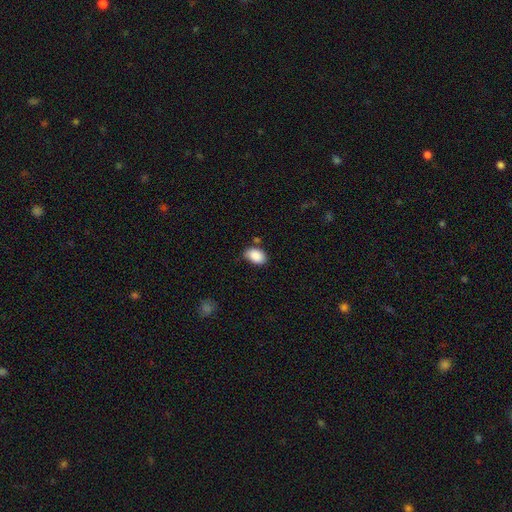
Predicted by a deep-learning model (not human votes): smooth 88%, star or artifact 7%, featured or disk 4%. Down the decision tree: how rounded — in between (87%); merging — none (68%).